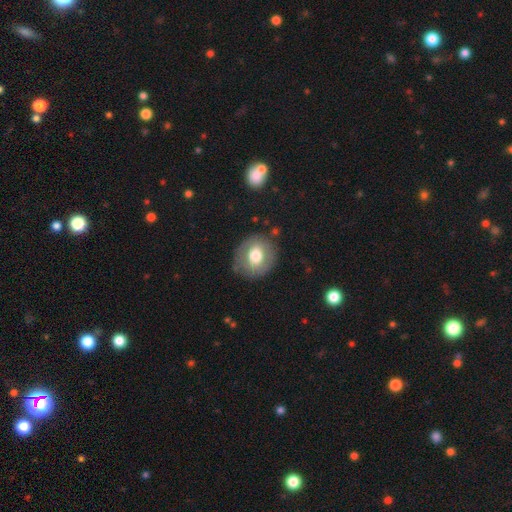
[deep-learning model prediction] A smooth galaxy with no disk features (61%) that is round (71%).

Vote fractions:
- Smooth or featured? smooth: 61% / featured or disk: 31% / star or artifact: 8%
- How rounded? round: 71% / in between: 28% / cigar-shaped: 1%
- Merging? none: 77% / minor disturbance: 15% / major disturbance: 6% / merger: 2%